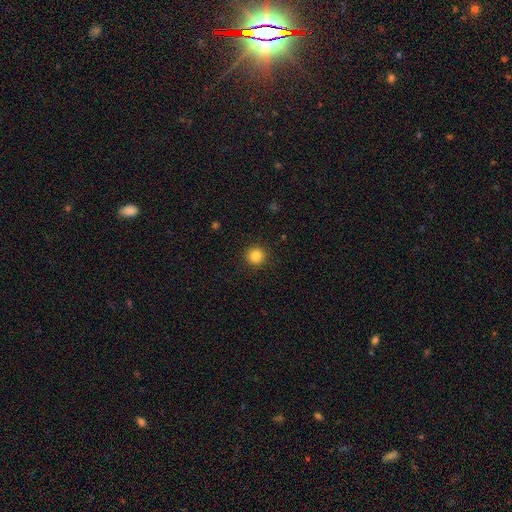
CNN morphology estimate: type=smooth (84%); roundness=round (95%); merging=none (92%).